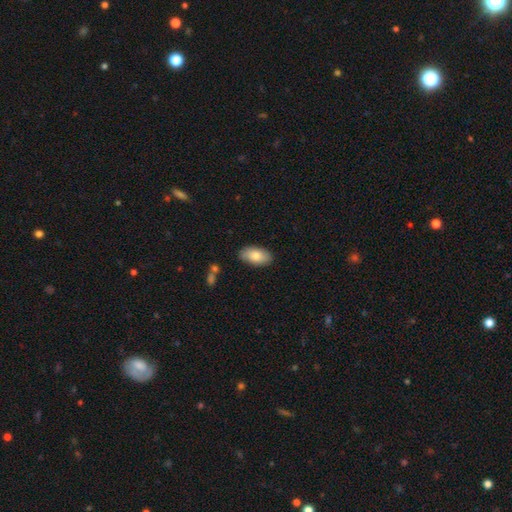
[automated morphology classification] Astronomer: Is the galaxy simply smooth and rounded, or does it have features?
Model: smooth — 81%.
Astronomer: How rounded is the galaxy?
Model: in between — 94%.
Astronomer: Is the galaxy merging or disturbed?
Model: none — 85%.